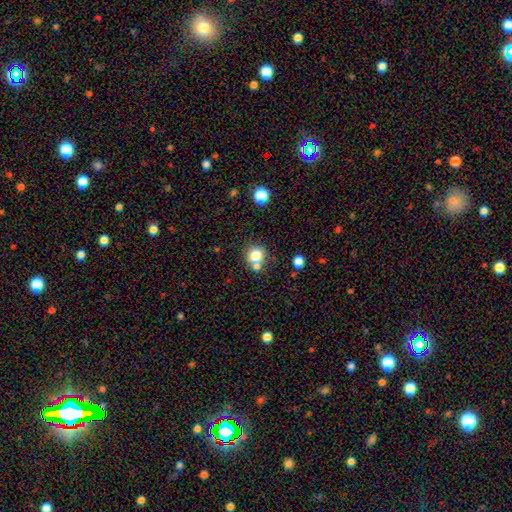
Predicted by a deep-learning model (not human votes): Smooth or featured: smooth — 77% (star or artifact — 12%)
How rounded: round — 82% (in between — 17%)
Merging: none — 56% (merger — 30%)